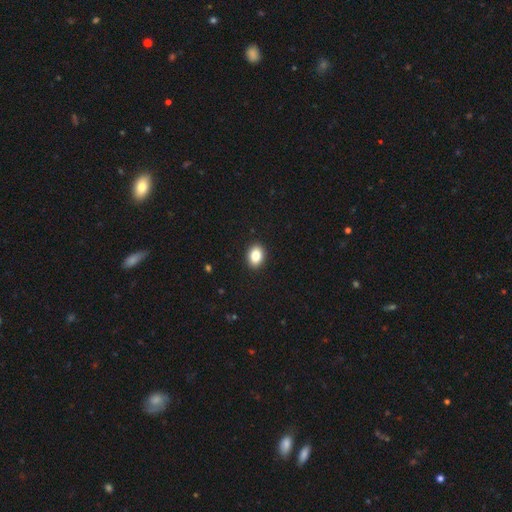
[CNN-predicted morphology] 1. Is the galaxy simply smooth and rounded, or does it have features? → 85% smooth, 9% star or artifact, 6% featured or disk.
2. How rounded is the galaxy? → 72% in between, 27% round, 1% cigar-shaped.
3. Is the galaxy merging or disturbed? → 92% none, 6% minor disturbance, 2% major disturbance, 1% merger.